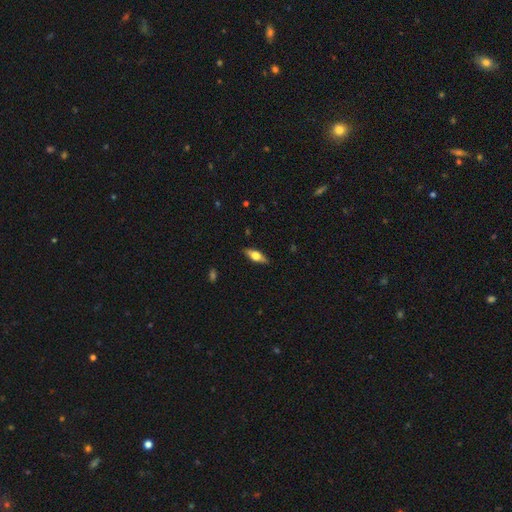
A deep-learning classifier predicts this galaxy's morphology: This is possibly a featured or disk galaxy (48%). Merging: clearly none (87%).